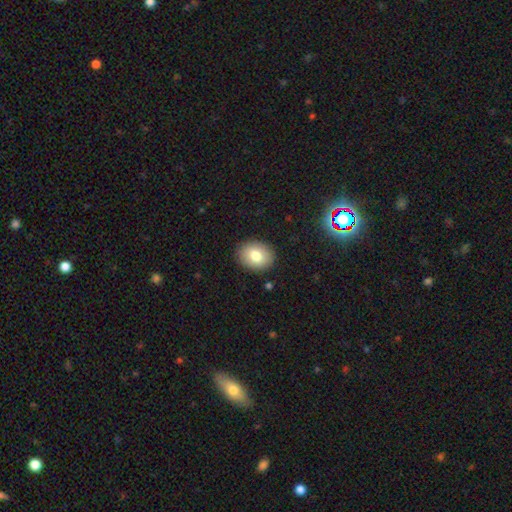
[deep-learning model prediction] A smooth galaxy with no disk features (80%) that is in between round and cigar-shaped (59%). Merging: none (89%).